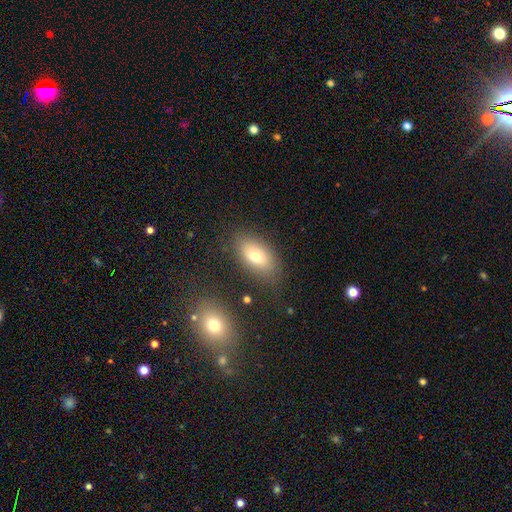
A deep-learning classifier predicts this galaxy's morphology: Overall: smooth (72%). How rounded: in between (89%). Merging: none (80%).